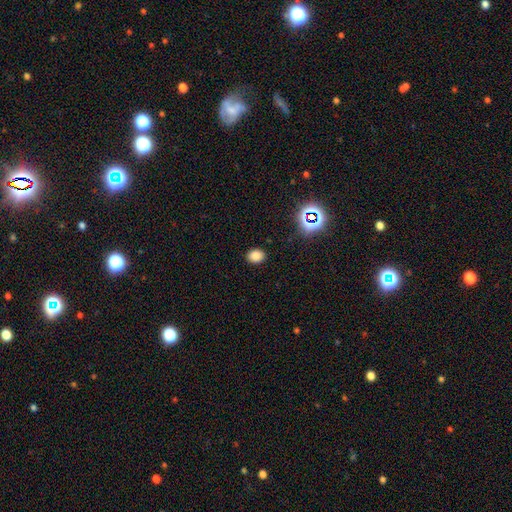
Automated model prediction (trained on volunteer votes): smooth-or-featured: smooth: 81% | star or artifact: 15% | featured or disk: 4%
  how-rounded: in between: 59% | round: 40% | cigar-shaped: 1%
  merging: none: 89% | minor disturbance: 8% | major disturbance: 2% | merger: 1%